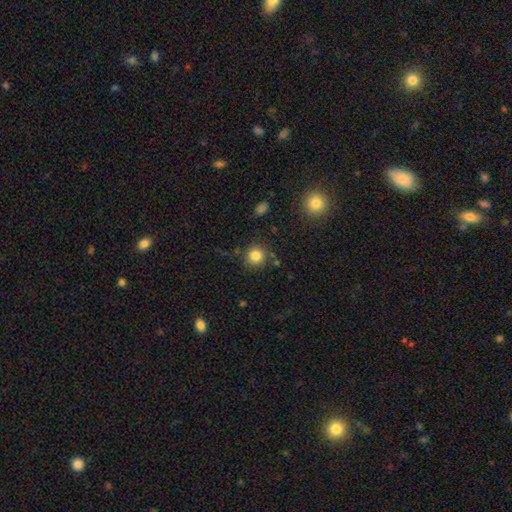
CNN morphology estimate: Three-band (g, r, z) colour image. It shows a smooth galaxy with no disk features (83%) that is round (92%). Merging: none (83%).